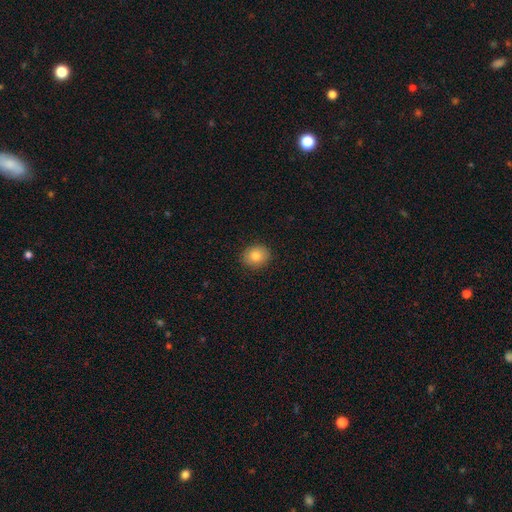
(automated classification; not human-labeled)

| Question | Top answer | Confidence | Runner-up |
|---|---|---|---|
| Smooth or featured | smooth | 82% | star or artifact (9%) |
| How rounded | round | 65% | in between (34%) |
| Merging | none | 90% | minor disturbance (7%) |